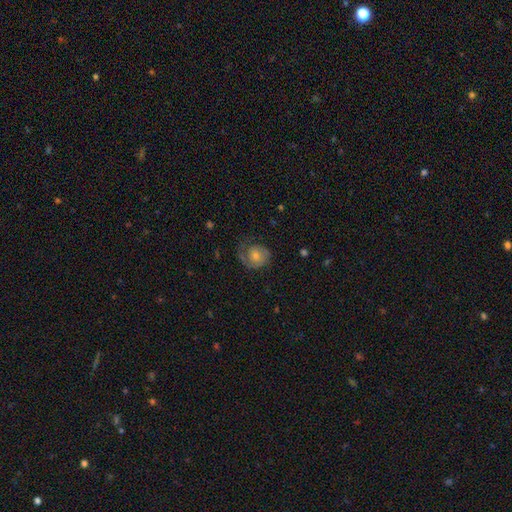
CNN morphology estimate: A featured or disk galaxy (62%) with no bar (76%), 1 (46%) tight (49%) spiral arms (88%) and a moderate central bulge (46%). Merging: none (62%).